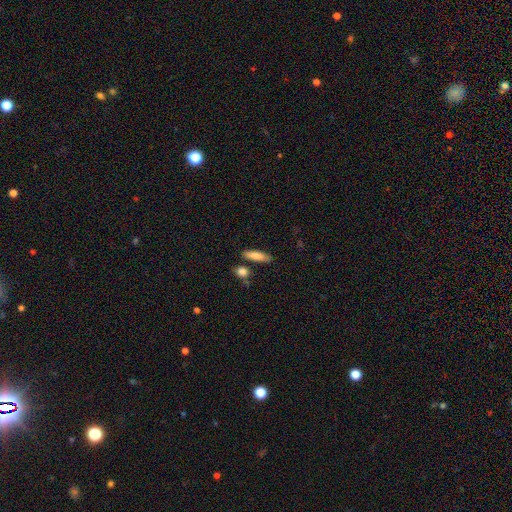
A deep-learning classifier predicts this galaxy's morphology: Smooth or featured? smooth (80%)
How rounded? cigar-shaped (60%)
Merging? none (77%)